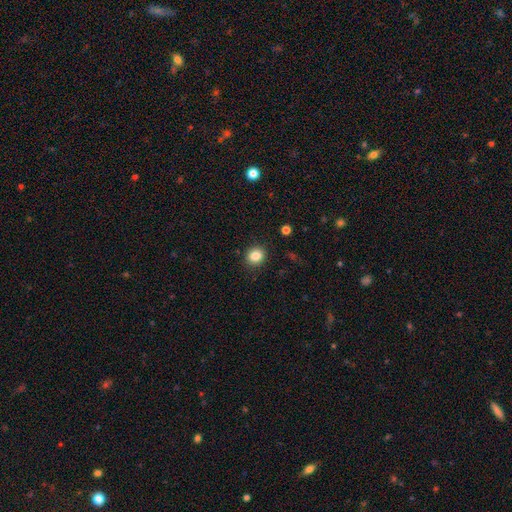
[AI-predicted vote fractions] smooth_or_featured: smooth (p=0.85) [alt: star or artifact p=0.10]
how_rounded: round (p=0.74) [alt: in between p=0.25]
merging: none (p=0.89) [alt: minor disturbance p=0.07]